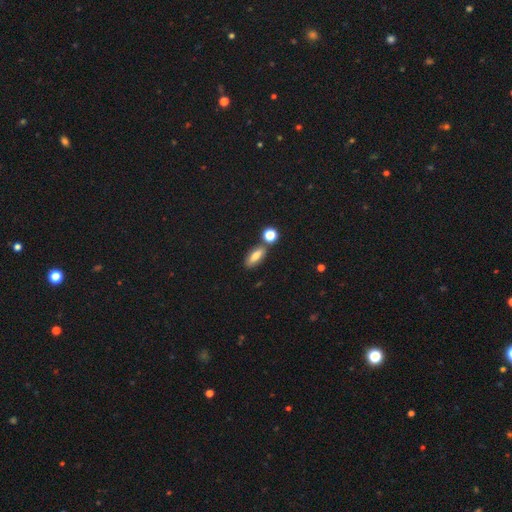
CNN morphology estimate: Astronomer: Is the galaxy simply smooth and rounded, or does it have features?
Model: smooth — 76%.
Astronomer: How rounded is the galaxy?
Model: in between — 65%.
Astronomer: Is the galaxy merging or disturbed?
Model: none — 73%.